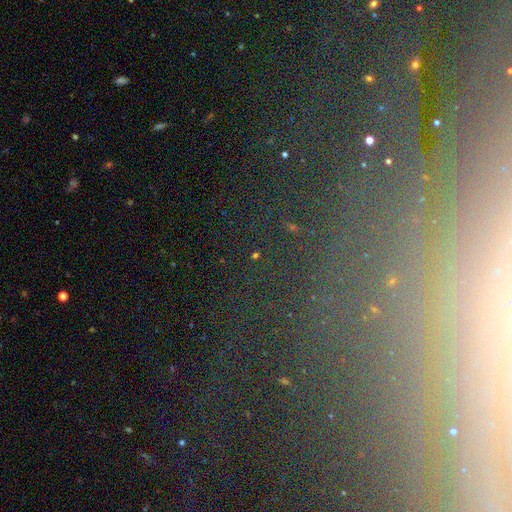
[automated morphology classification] This appears to be a star or artifact, not a galaxy (73%).